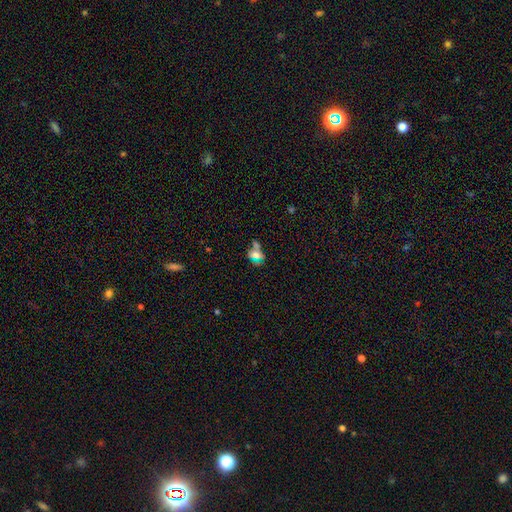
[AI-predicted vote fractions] Q: Smooth or featured?
A: smooth (51%); runner-up: featured or disk (30%)
Q: How rounded?
A: in between (65%); runner-up: round (27%)
Q: Merging?
A: none (45%); runner-up: merger (29%)